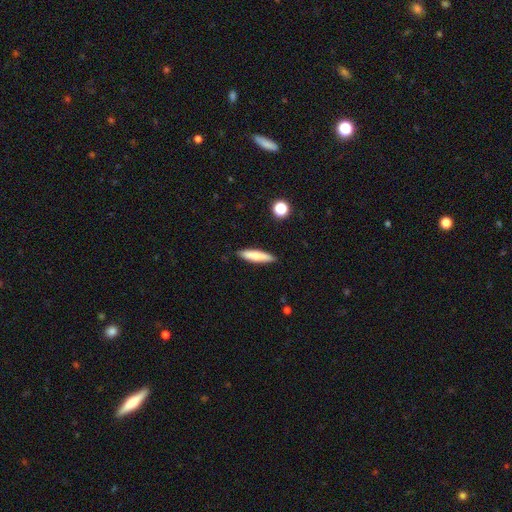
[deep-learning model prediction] smooth_or_featured: smooth (p=0.79) [alt: featured or disk p=0.15]
how_rounded: cigar-shaped (p=0.78) [alt: in between p=0.20]
merging: none (p=0.87) [alt: minor disturbance p=0.09]